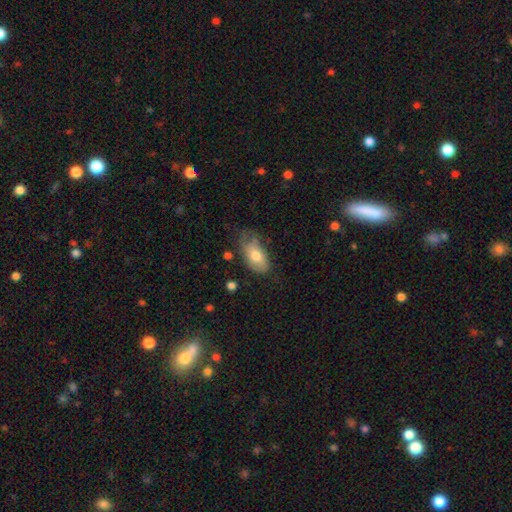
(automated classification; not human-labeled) Smooth or featured? smooth (71%)
How rounded? in between (91%)
Merging? none (42%)